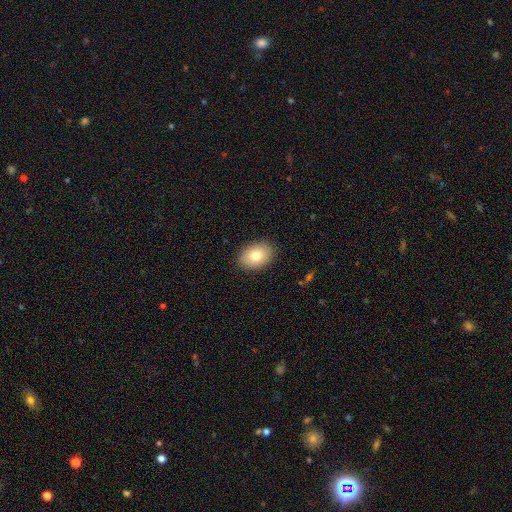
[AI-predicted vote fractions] Smooth or featured: smooth — 78% (featured or disk — 14%)
How rounded: in between — 76% (round — 23%)
Merging: none — 88% (minor disturbance — 9%)